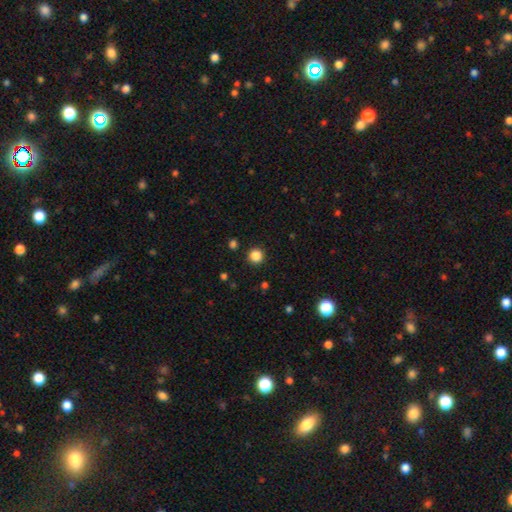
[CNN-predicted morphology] A smooth galaxy with no disk features (85%) that is round (95%).

Vote fractions:
- Smooth or featured? smooth: 85% / star or artifact: 12% / featured or disk: 3%
- How rounded? round: 95% / in between: 4% / cigar-shaped: 1%
- Merging? none: 92% / minor disturbance: 5% / major disturbance: 2% / merger: 1%